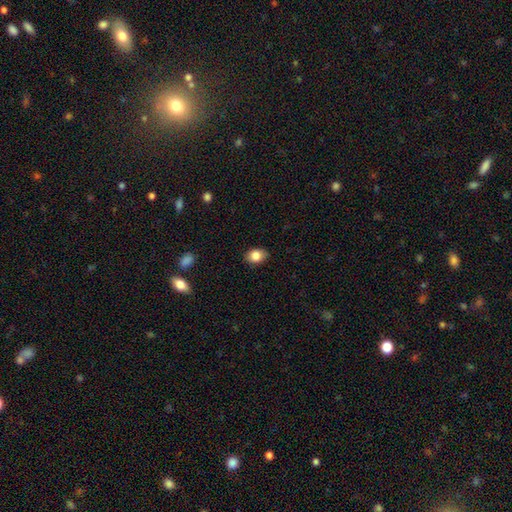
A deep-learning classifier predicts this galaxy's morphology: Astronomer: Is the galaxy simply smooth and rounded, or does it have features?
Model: smooth — 84%.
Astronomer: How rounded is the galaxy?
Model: in between — 69%.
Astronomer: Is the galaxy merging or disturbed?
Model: none — 85%.